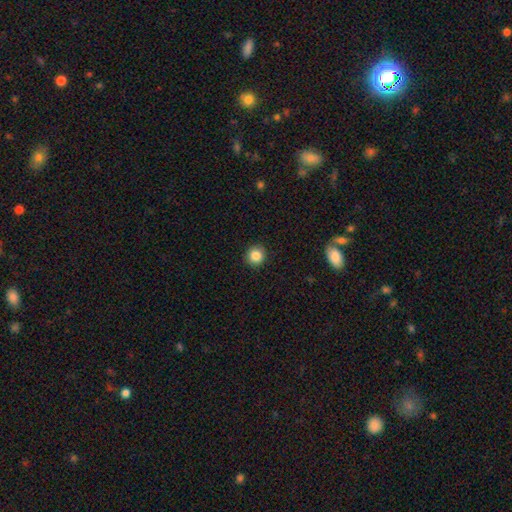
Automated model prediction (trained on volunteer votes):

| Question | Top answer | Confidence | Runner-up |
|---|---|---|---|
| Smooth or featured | smooth | 85% | star or artifact (10%) |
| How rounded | round | 93% | in between (7%) |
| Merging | none | 91% | minor disturbance (6%) |